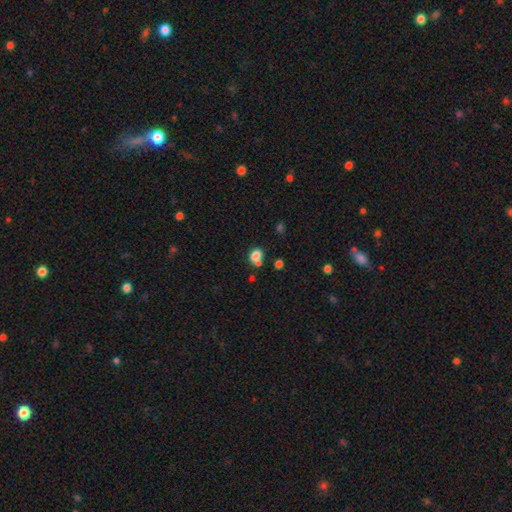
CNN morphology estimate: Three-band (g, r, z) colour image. It shows a smooth galaxy with no disk features (78%) that is in between round and cigar-shaped (52%). Merging: none (43%).